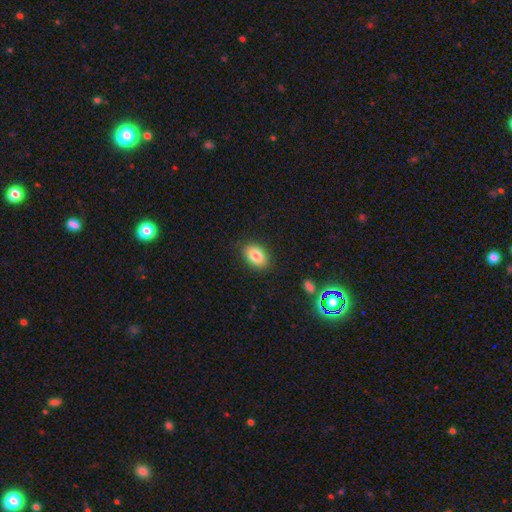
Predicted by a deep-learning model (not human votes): This is clearly a smooth galaxy (84%). How rounded: clearly in between (87%). Merging: clearly none (86%).